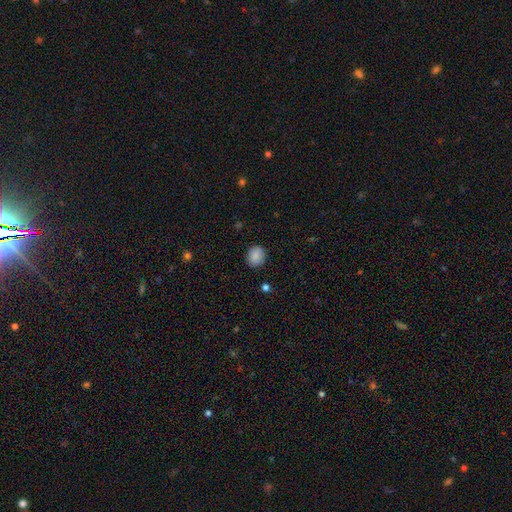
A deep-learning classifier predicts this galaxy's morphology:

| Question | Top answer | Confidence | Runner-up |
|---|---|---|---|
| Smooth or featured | smooth | 88% | star or artifact (8%) |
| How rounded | round | 71% | in between (28%) |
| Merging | none | 88% | minor disturbance (8%) |